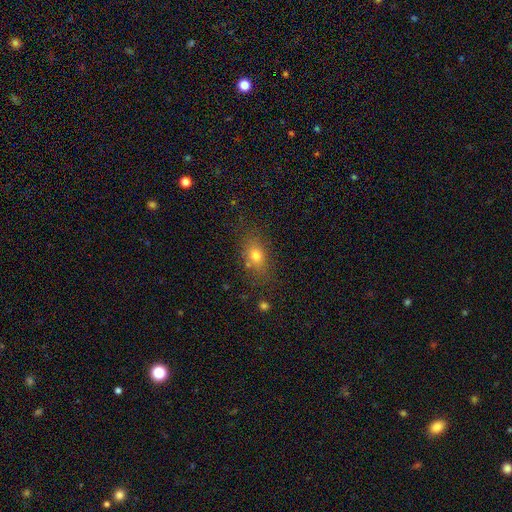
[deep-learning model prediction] A smooth galaxy with no disk features (74%) that is in between round and cigar-shaped (72%).

Vote fractions:
- Smooth or featured? smooth: 74% / featured or disk: 13% / star or artifact: 13%
- How rounded? in between: 72% / round: 23% / cigar-shaped: 5%
- Merging? none: 75% / minor disturbance: 15% / major disturbance: 5% / merger: 4%